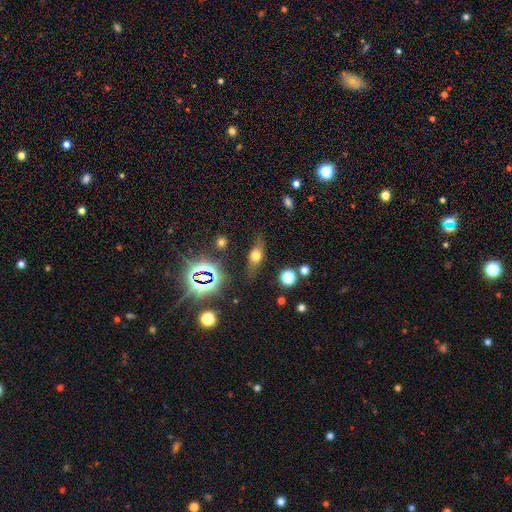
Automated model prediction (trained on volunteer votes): smooth 53%, featured or disk 28%, star or artifact 19%. Down the decision tree: how rounded — in between (60%); merging — none (72%).